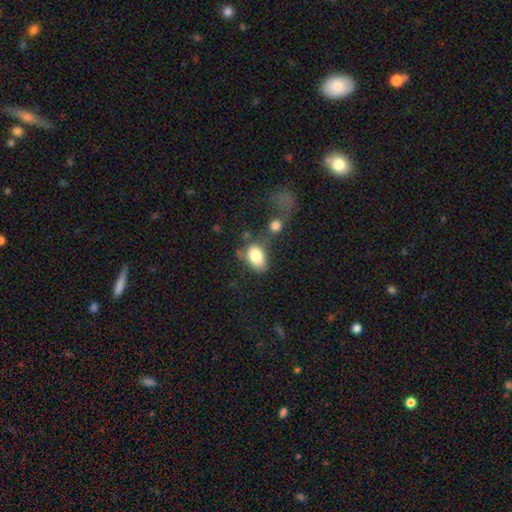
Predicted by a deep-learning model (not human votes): smooth 80%, featured or disk 12%, star or artifact 8%. Down the decision tree: how rounded — in between (85%); merging — none (40%).